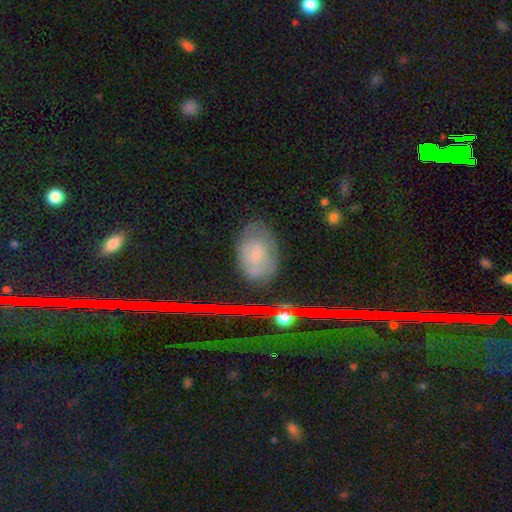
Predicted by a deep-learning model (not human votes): A smooth galaxy with no disk features (45%).

Vote fractions:
- Smooth or featured? smooth: 45% / featured or disk: 41% / star or artifact: 14%
- Merging? none: 70% / minor disturbance: 21% / major disturbance: 7% / merger: 3%